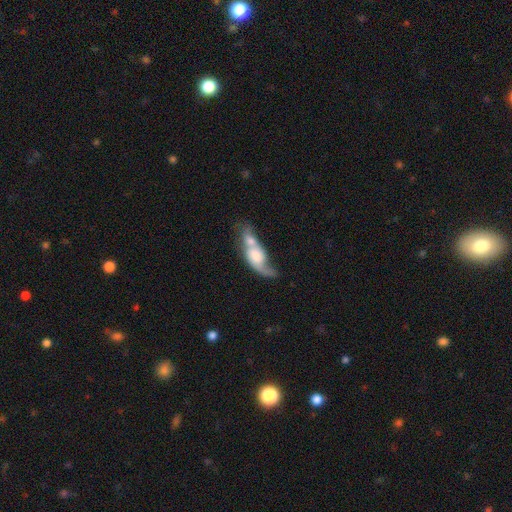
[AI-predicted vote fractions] featured or disk 50%, smooth 43%, star or artifact 7%. Down the decision tree: edge-on disk — no (85%); merging — merger (62%).